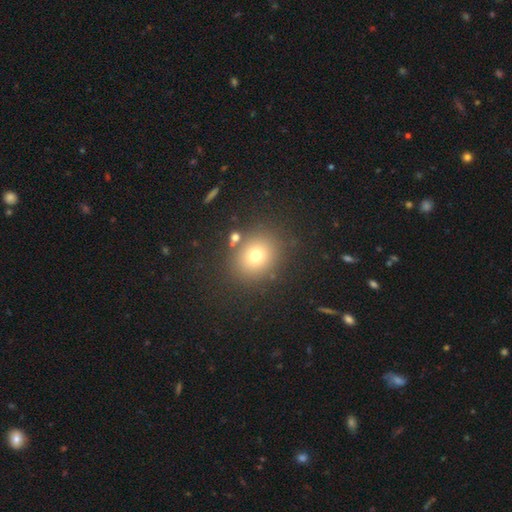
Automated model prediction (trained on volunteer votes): Q: Smooth or featured?
A: smooth (73%); runner-up: star or artifact (16%)
Q: How rounded?
A: round (70%); runner-up: in between (29%)
Q: Merging?
A: none (83%); runner-up: minor disturbance (8%)